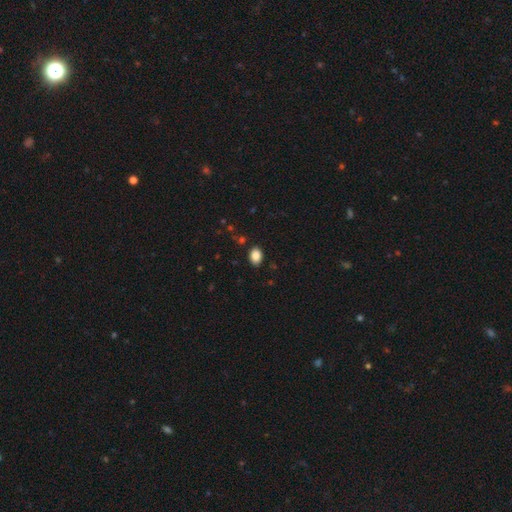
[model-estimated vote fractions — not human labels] Smooth or featured?
  - smooth: 87% *
  - star or artifact: 9%
  - featured or disk: 4%
How rounded?
  - in between: 80% *
  - round: 19%
  - cigar-shaped: 1%
Merging?
  - none: 87% *
  - minor disturbance: 9%
  - major disturbance: 2%
  - merger: 1%